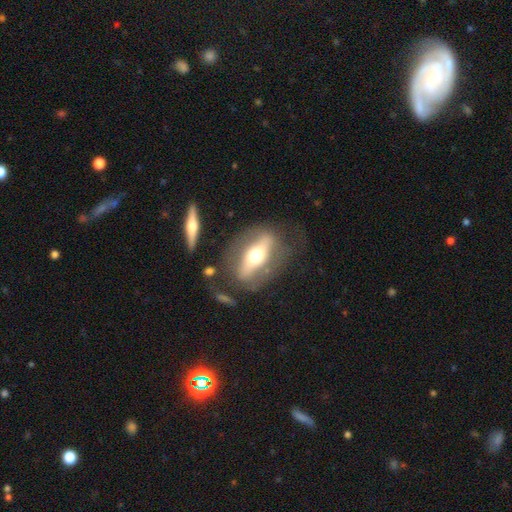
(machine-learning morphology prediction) Overall: featured or disk (66%; smooth 28%). Edge-on disk: no (57%; yes 43%). Merging: none (62%).